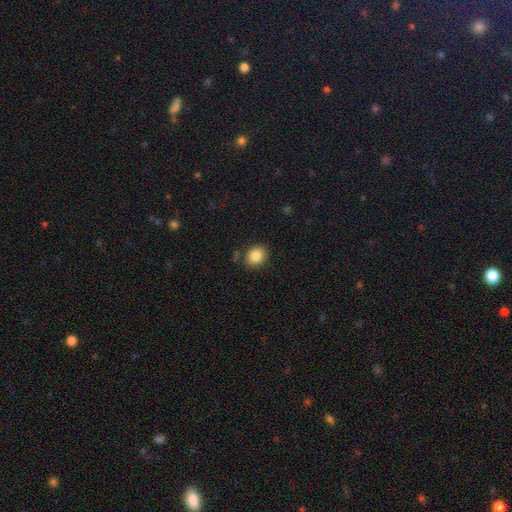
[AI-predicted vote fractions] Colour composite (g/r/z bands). It shows a smooth galaxy with no disk features (85%) that is round (65%). Merging: none (83%).